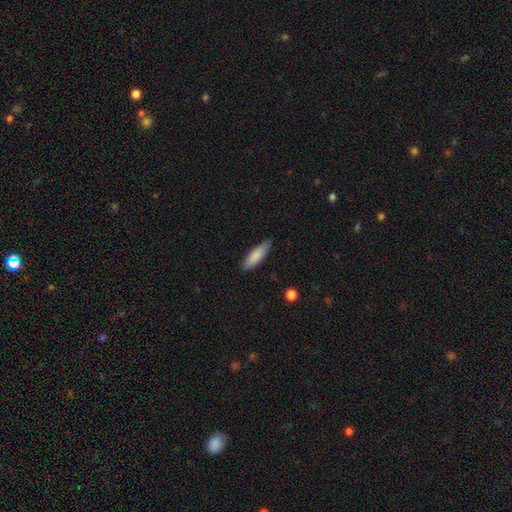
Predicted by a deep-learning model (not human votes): This is clearly a smooth galaxy (83%). How rounded: possibly cigar-shaped (50%). Merging: clearly none (83%).